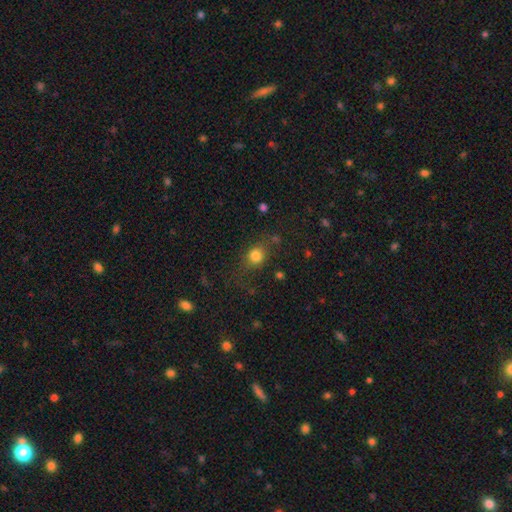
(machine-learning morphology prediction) The model was most divided on "how rounded": round: 70%, in between: 28%, cigar-shaped: 2%. More confident: smooth or featured — smooth (79%); merging — none (70%).